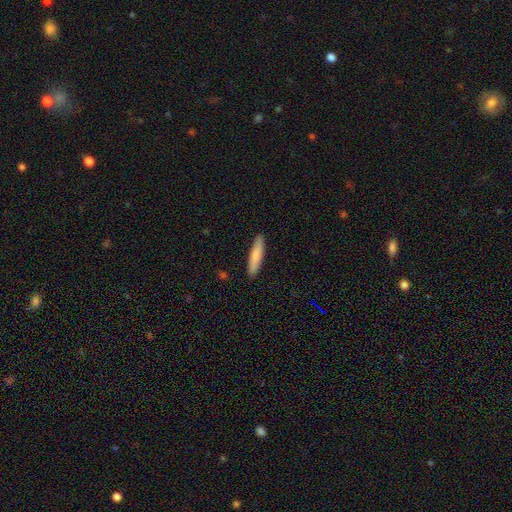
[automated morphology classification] Q: Smooth or featured?
A: smooth (82%); runner-up: featured or disk (12%)
Q: How rounded?
A: cigar-shaped (83%); runner-up: in between (16%)
Q: Merging?
A: none (90%); runner-up: minor disturbance (7%)